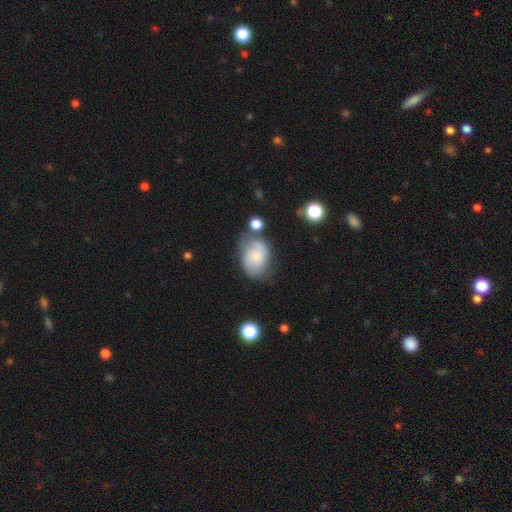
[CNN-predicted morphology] Smooth or featured? Predicted: smooth (p=0.57). How rounded? Predicted: in between (p=0.77). Merging? Predicted: none (p=0.48).